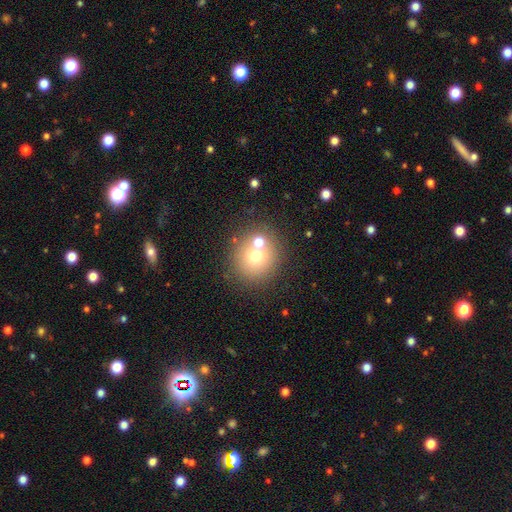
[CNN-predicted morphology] This appears to be a smooth galaxy with no disk features (67%) that is round (88%). Merging: none (63%).